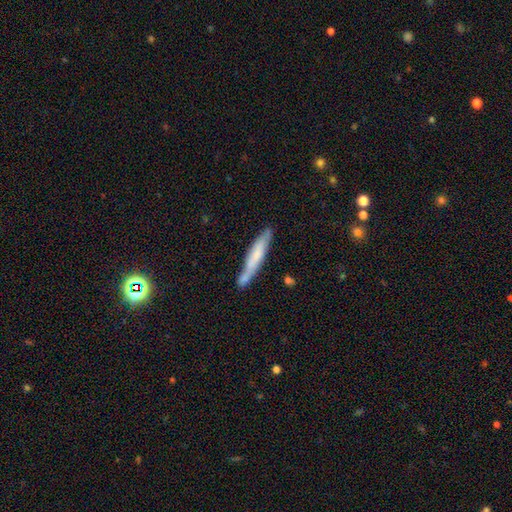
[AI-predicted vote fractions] Smooth or featured? smooth (56%)
How rounded? cigar-shaped (91%)
Merging? none (66%)